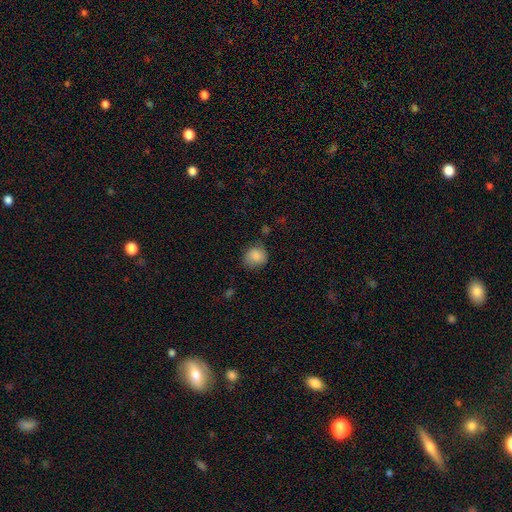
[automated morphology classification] type=smooth (83%); roundness=round (80%); merging=none (71%).